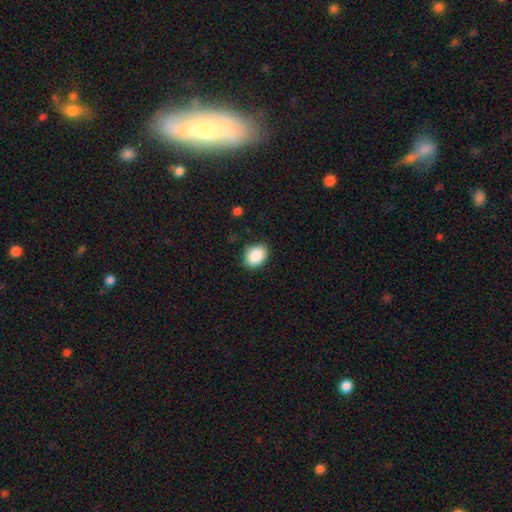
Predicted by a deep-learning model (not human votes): smooth-or-featured: smooth: 88% | star or artifact: 8% | featured or disk: 4%
  how-rounded: in between: 72% | round: 27% | cigar-shaped: 1%
  merging: none: 85% | minor disturbance: 11% | major disturbance: 2% | merger: 1%